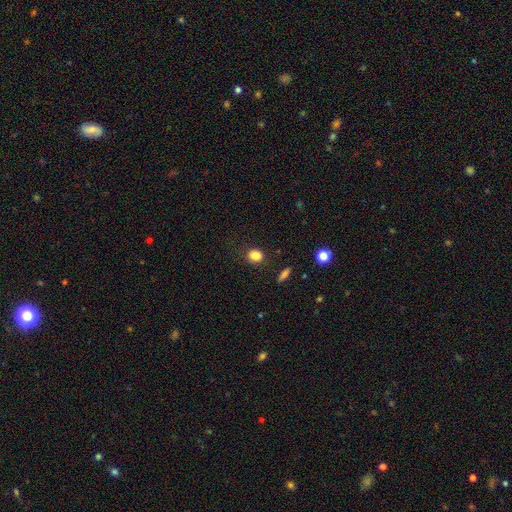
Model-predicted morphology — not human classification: smooth-or-featured: smooth: 85% | star or artifact: 10% | featured or disk: 5%
  how-rounded: round: 62% | in between: 36% | cigar-shaped: 2%
  merging: none: 83% | minor disturbance: 12% | major disturbance: 4% | merger: 2%